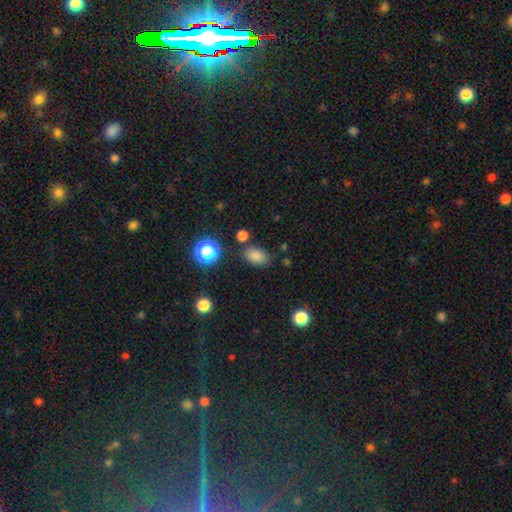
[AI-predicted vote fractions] A smooth galaxy with no disk features (81%) that is in between round and cigar-shaped (83%).

Vote fractions:
- Smooth or featured? smooth: 81% / star or artifact: 14% / featured or disk: 5%
- How rounded? in between: 83% / round: 15% / cigar-shaped: 1%
- Merging? none: 77% / minor disturbance: 13% / merger: 5% / major disturbance: 4%